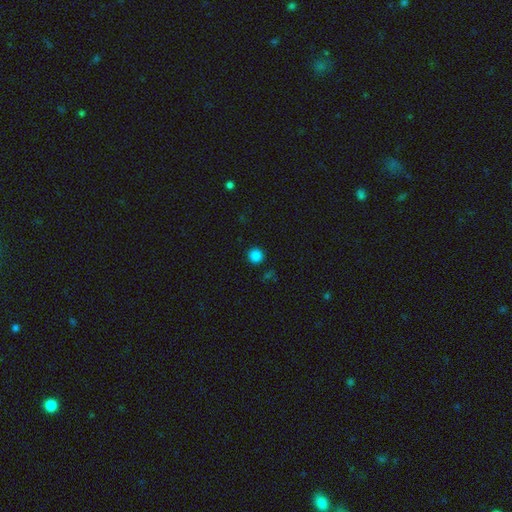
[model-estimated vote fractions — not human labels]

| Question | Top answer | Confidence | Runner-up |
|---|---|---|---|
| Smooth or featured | smooth | 85% | star or artifact (12%) |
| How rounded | round | 96% | in between (4%) |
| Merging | none | 92% | minor disturbance (5%) |